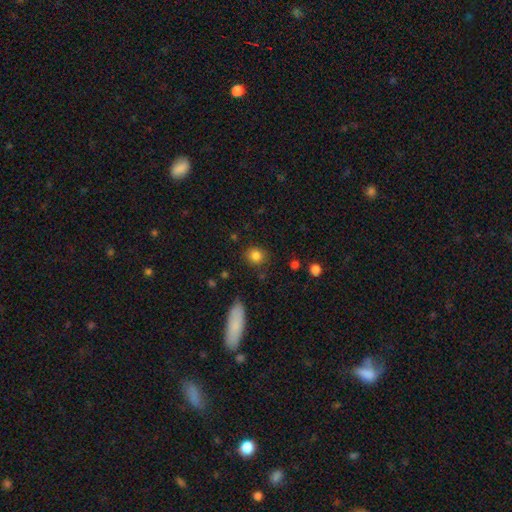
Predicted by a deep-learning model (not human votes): A smooth galaxy with no disk features (84%) that is round (83%).

Vote fractions:
- Smooth or featured? smooth: 84% / star or artifact: 10% / featured or disk: 6%
- How rounded? round: 83% / in between: 16% / cigar-shaped: 1%
- Merging? none: 84% / minor disturbance: 11% / major disturbance: 3% / merger: 2%